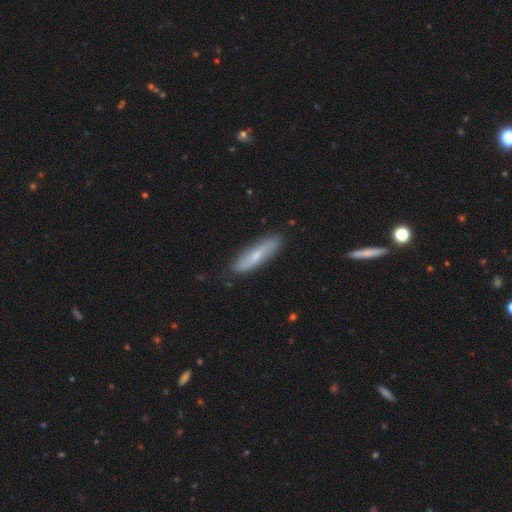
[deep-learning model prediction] Smooth or featured? Predicted: smooth (p=0.49). Merging? Predicted: none (p=0.84).